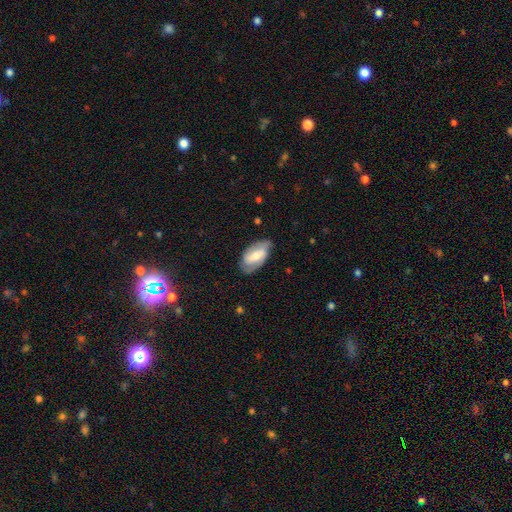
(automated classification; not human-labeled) Smooth or featured? featured or disk (62%)
Edge-on disk? no (93%)
Bar? weak (40%)
Spiral arms? yes (79%)
Bulge size? moderate (51%)
Merging? none (74%)